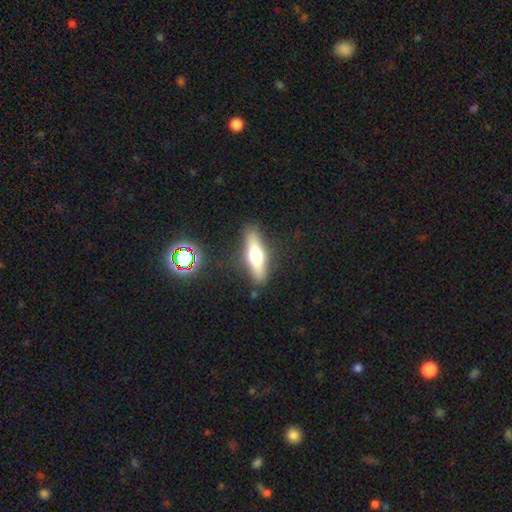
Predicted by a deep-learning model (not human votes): This is possibly a smooth galaxy (46%, tied with featured or disk). Merging: clearly none (86%).